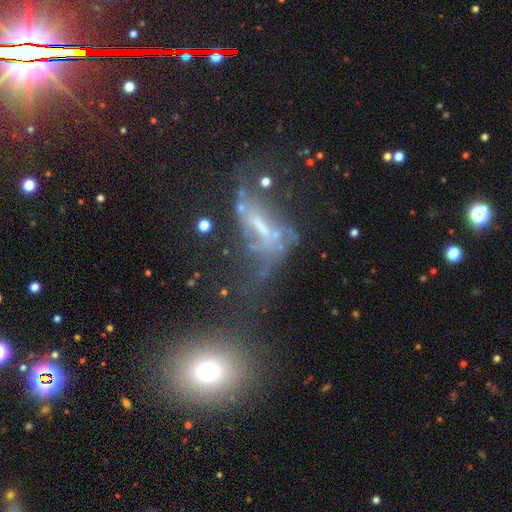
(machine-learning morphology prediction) Smooth or featured: featured or disk — 57% (star or artifact — 26%)
Edge-on disk: no — 79% (yes — 21%)
Merging: none — 38% (major disturbance — 32%)